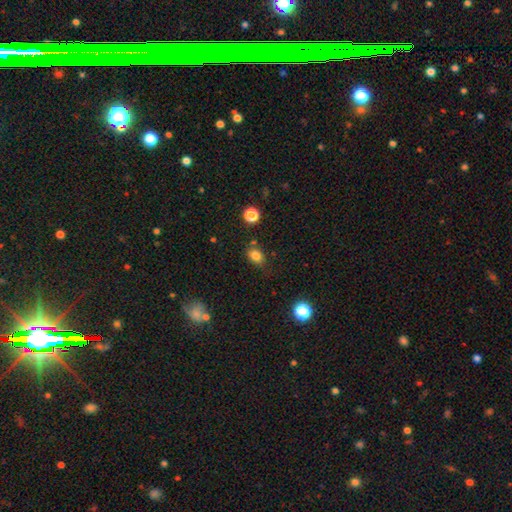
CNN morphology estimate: Smooth or featured?
  - smooth: 81% *
  - star or artifact: 12%
  - featured or disk: 7%
How rounded?
  - in between: 67% *
  - round: 32%
  - cigar-shaped: 1%
Merging?
  - none: 72% *
  - minor disturbance: 18%
  - merger: 6%
  - major disturbance: 4%